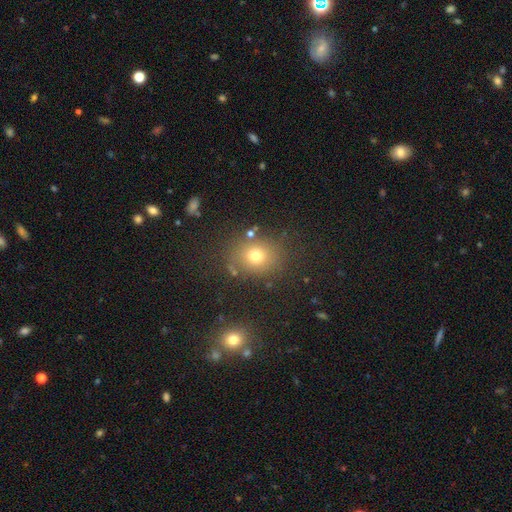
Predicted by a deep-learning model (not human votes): This appears to be a smooth galaxy with no disk features (71%) that is round (63%). Merging: none (80%).